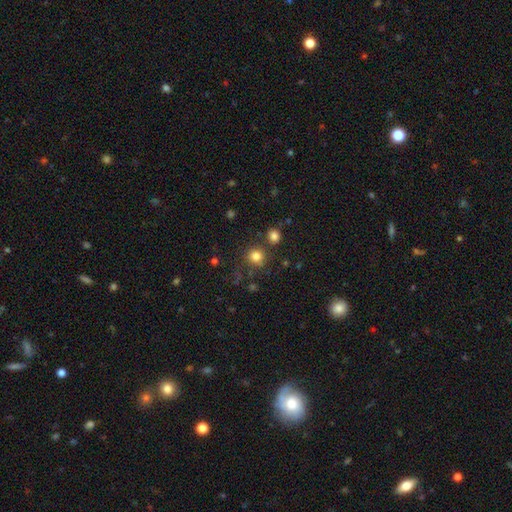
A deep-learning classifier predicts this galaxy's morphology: Smooth or featured? smooth (81%)
How rounded? round (89%)
Merging? none (79%)